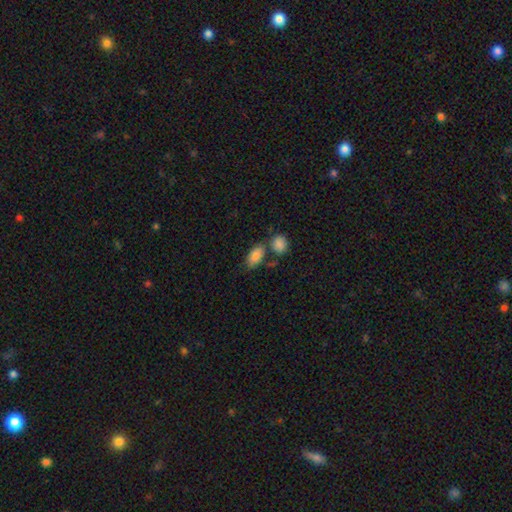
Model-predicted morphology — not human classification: A smooth galaxy with no disk features (85%) that is in between round and cigar-shaped (92%).

Vote fractions:
- Smooth or featured? smooth: 85% / featured or disk: 8% / star or artifact: 7%
- How rounded? in between: 92% / round: 5% / cigar-shaped: 3%
- Merging? none: 59% / merger: 24% / minor disturbance: 13% / major disturbance: 4%